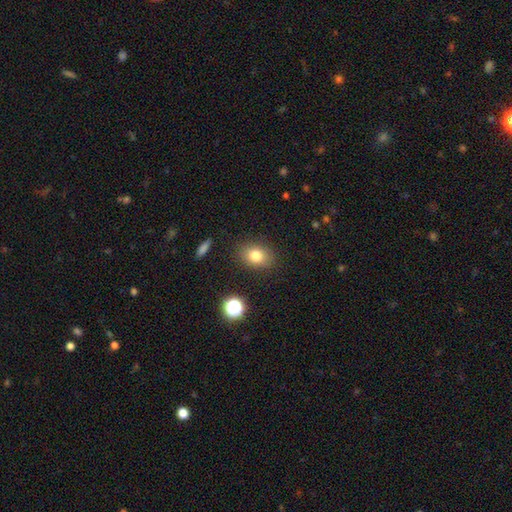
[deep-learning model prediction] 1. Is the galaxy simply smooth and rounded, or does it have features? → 79% smooth, 12% star or artifact, 9% featured or disk.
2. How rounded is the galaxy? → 66% in between, 33% round, 1% cigar-shaped.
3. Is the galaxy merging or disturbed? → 86% none, 10% minor disturbance, 3% major disturbance, 2% merger.